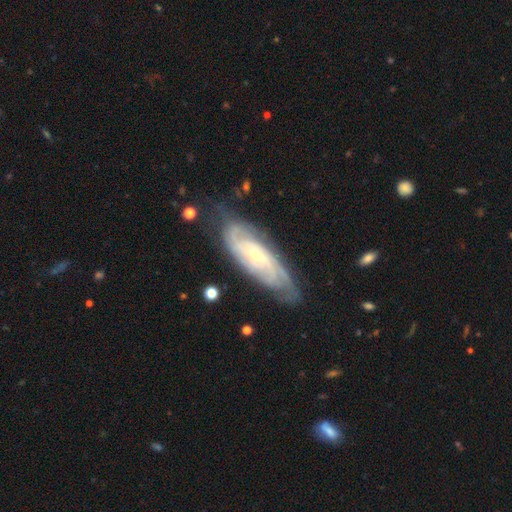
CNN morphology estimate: Smooth or featured? featured or disk (82%)
Edge-on disk? no (87%)
Bar? no (58%)
Spiral arms? yes (95%)
Spiral winding? tight (63%)
Spiral arm count? can't tell (37%)
Bulge size? small (73%)
Merging? none (73%)